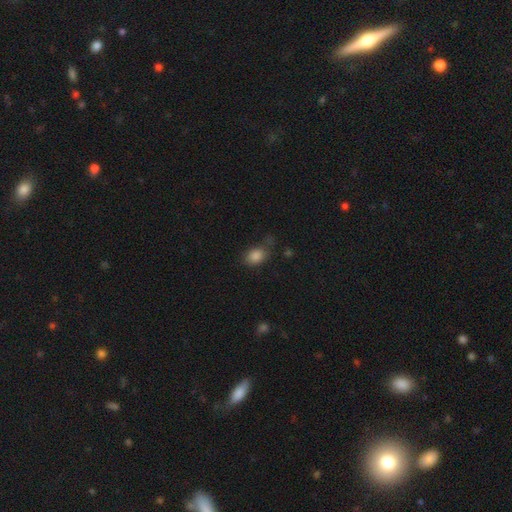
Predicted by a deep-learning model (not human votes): Smooth or featured?
  - smooth: 85% *
  - star or artifact: 10%
  - featured or disk: 5%
How rounded?
  - in between: 74% *
  - round: 24%
  - cigar-shaped: 2%
Merging?
  - none: 53% *
  - minor disturbance: 27%
  - major disturbance: 15%
  - merger: 5%